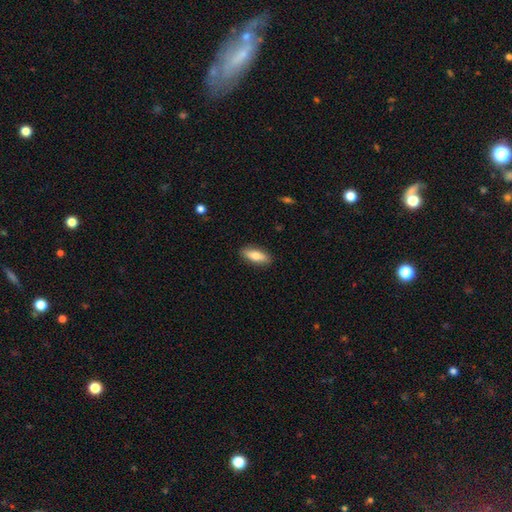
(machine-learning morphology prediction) smooth 77%, featured or disk 17%, star or artifact 6%. Down the decision tree: how rounded — in between (67%); merging — none (89%).